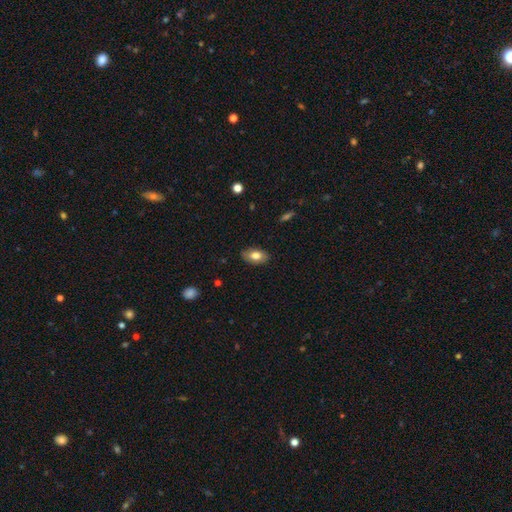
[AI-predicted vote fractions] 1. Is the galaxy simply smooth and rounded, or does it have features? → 77% smooth, 16% featured or disk, 7% star or artifact.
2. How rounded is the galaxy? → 92% in between, 6% round, 2% cigar-shaped.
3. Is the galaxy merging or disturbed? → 84% none, 13% minor disturbance, 2% major disturbance, 1% merger.